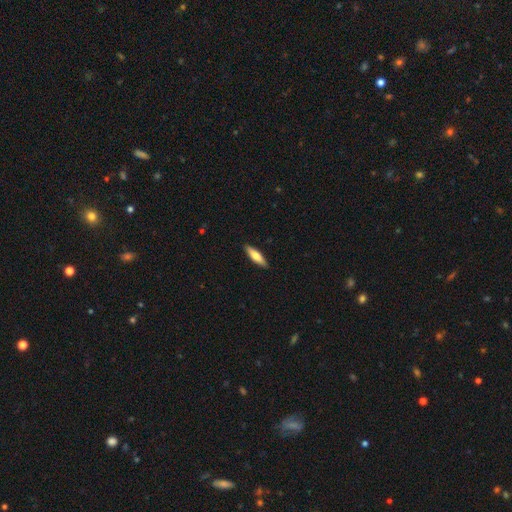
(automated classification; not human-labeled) This appears to be a smooth galaxy with no disk features (64%) that is cigar-shaped (66%). Merging: none (90%).